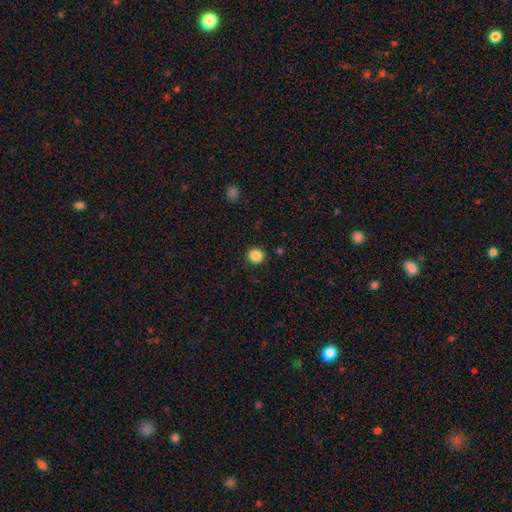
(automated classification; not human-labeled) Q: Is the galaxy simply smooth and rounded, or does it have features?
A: smooth — 86%.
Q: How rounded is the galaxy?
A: round — 89%.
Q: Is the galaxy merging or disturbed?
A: none — 91%.